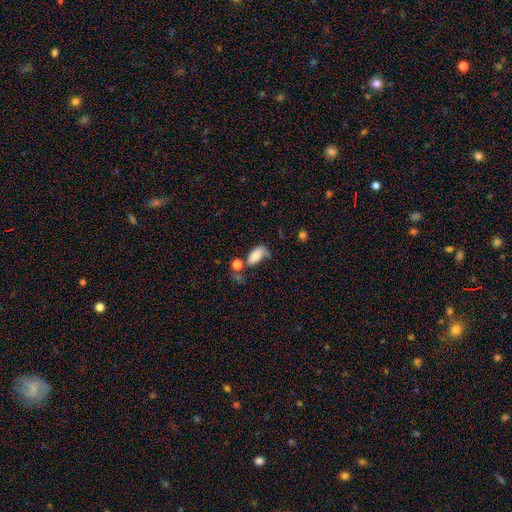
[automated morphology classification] A smooth galaxy with no disk features (78%) that is in between round and cigar-shaped (87%). Merging: none (35%).